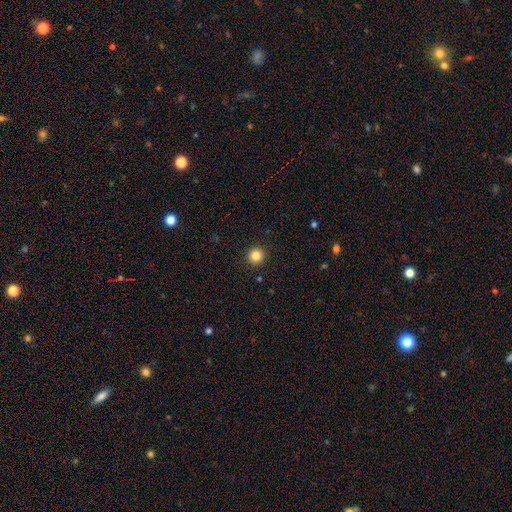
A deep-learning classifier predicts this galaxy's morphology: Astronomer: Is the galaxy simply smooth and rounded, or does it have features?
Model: smooth — 85%.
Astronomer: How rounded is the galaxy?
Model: round — 94%.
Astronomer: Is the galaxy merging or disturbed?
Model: none — 92%.